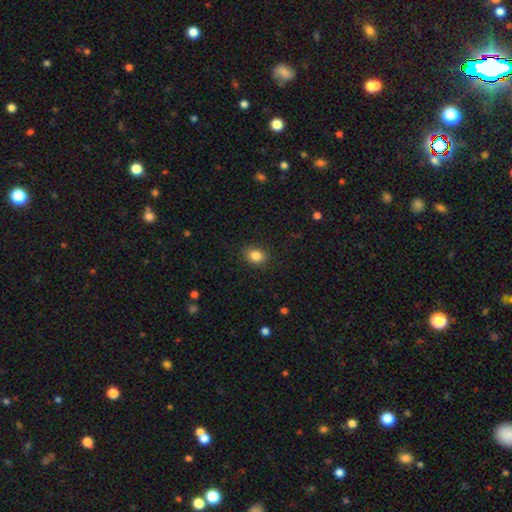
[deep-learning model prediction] Smooth or featured? Predicted: smooth (p=0.85). How rounded? Predicted: in between (p=0.54). Merging? Predicted: none (p=0.88).